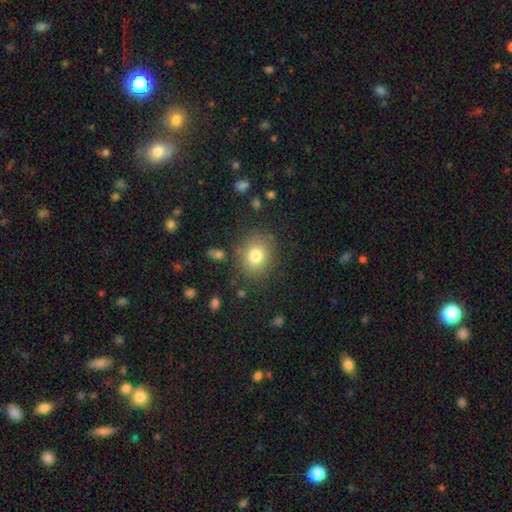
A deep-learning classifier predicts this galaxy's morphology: This appears to be a smooth galaxy with no disk features (77%) that is round (66%). Merging: none (83%).